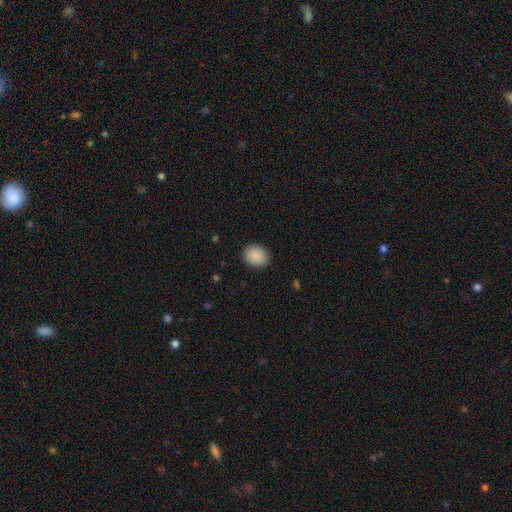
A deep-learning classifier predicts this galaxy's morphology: This appears to be a smooth galaxy with no disk features (90%) that is round (57%). Merging: none (89%).